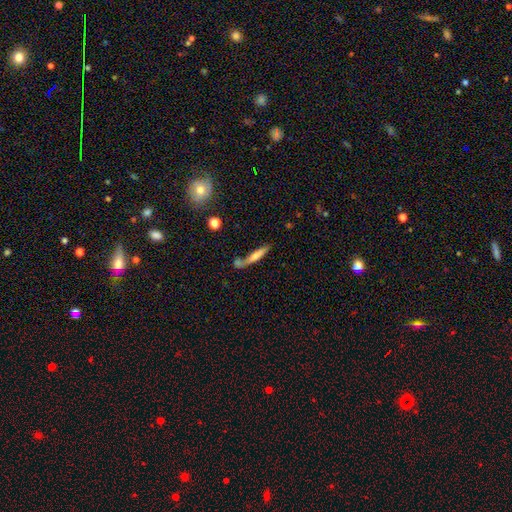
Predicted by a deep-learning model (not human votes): smooth_or_featured: smooth (p=0.58) [alt: featured or disk p=0.34]
how_rounded: cigar-shaped (p=0.87) [alt: in between p=0.11]
merging: none (p=0.50) [alt: merger p=0.27]